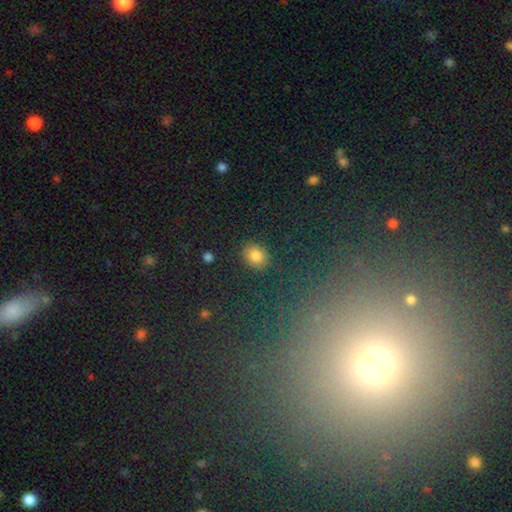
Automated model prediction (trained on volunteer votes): Smooth or featured: smooth — 82% (star or artifact — 12%)
How rounded: round — 57% (in between — 41%)
Merging: none — 85% (minor disturbance — 10%)